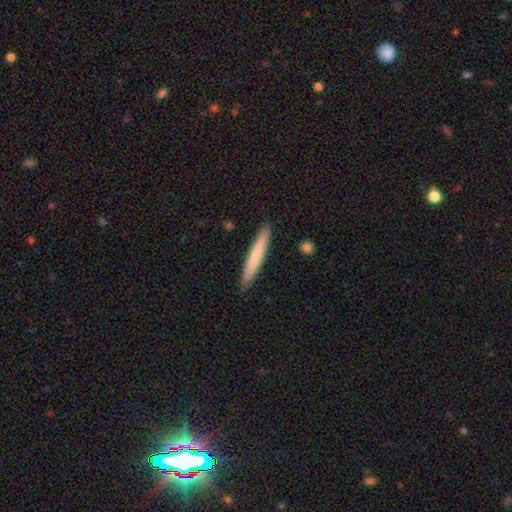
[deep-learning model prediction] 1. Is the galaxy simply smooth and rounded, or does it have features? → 72% smooth, 23% featured or disk, 5% star or artifact.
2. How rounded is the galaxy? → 95% cigar-shaped, 3% in between, 1% round.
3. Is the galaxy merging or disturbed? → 91% none, 7% minor disturbance, 1% major disturbance, 1% merger.